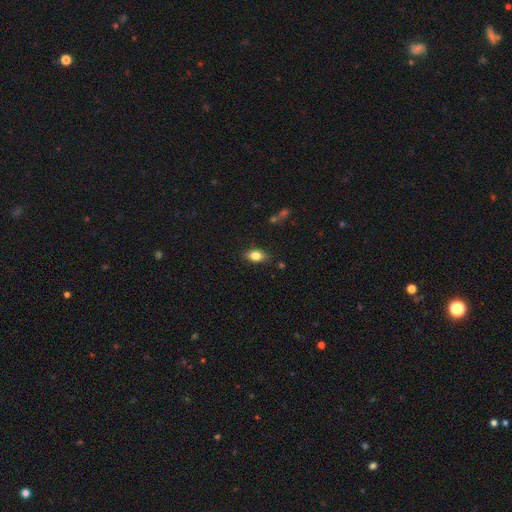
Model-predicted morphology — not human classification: smooth 81%, featured or disk 11%, star or artifact 8%. Down the decision tree: how rounded — in between (85%); merging — none (82%).